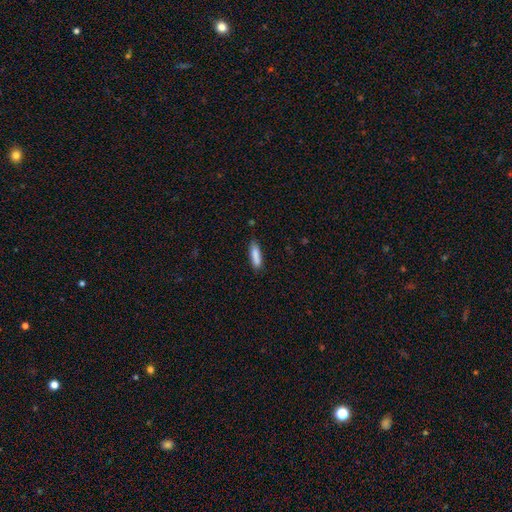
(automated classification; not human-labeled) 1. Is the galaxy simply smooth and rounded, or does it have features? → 85% smooth, 9% featured or disk, 7% star or artifact.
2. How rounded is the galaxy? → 64% cigar-shaped, 34% in between, 2% round.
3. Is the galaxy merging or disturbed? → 76% none, 17% minor disturbance, 4% merger, 3% major disturbance.